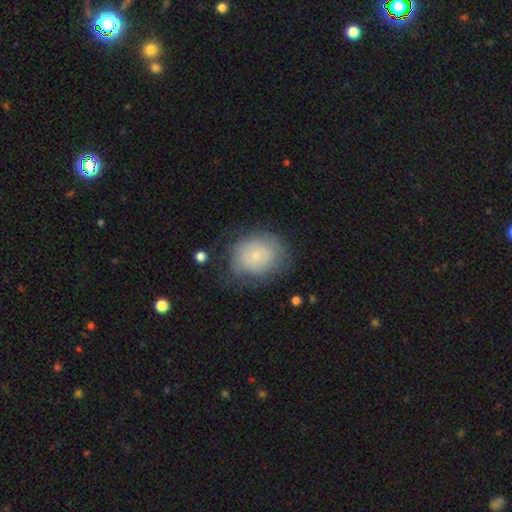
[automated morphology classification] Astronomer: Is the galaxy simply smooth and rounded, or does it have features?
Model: smooth — 67%.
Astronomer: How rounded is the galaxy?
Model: round — 65%.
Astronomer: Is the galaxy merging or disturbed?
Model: none — 67%.